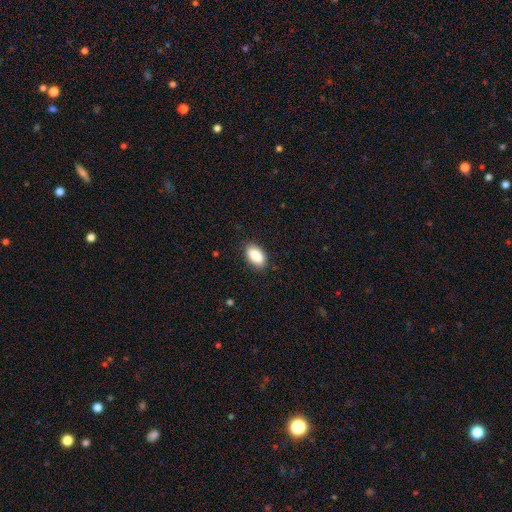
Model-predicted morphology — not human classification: Q: Smooth or featured?
A: smooth (89%); runner-up: star or artifact (7%)
Q: How rounded?
A: in between (94%); runner-up: round (5%)
Q: Merging?
A: none (87%); runner-up: minor disturbance (10%)